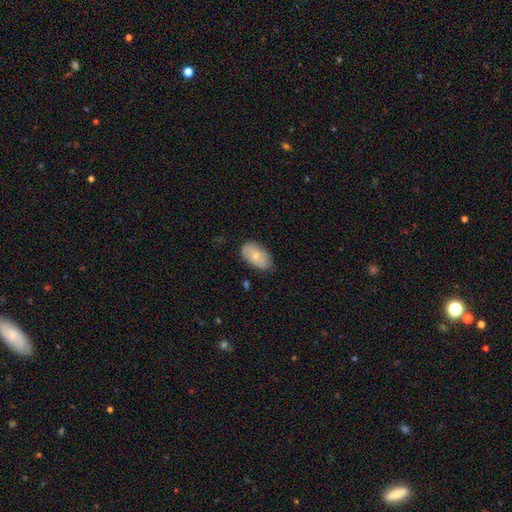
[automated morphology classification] smooth 70%, featured or disk 23%, star or artifact 6%. Down the decision tree: how rounded — in between (93%); merging — none (72%).